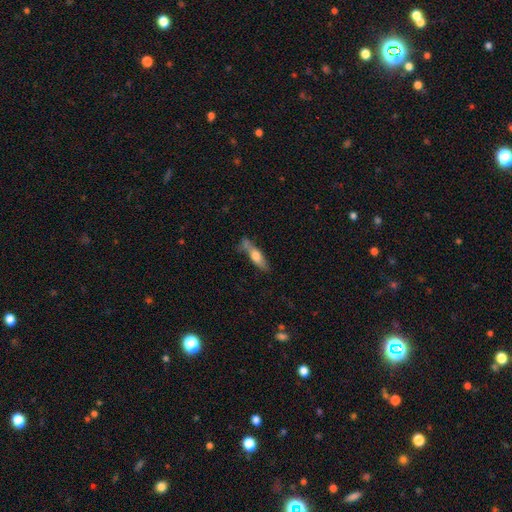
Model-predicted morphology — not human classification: A smooth galaxy with no disk features (60%) that is cigar-shaped (64%).

Vote fractions:
- Smooth or featured? smooth: 60% / featured or disk: 33% / star or artifact: 7%
- How rounded? cigar-shaped: 64% / in between: 33% / round: 3%
- Merging? none: 50% / minor disturbance: 22% / merger: 19% / major disturbance: 9%